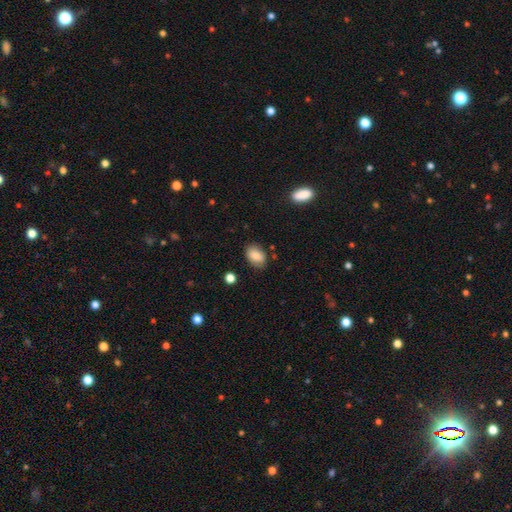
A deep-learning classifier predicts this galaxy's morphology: Smooth or featured: smooth — 81% (featured or disk — 10%)
How rounded: in between — 83% (round — 15%)
Merging: none — 81% (minor disturbance — 14%)